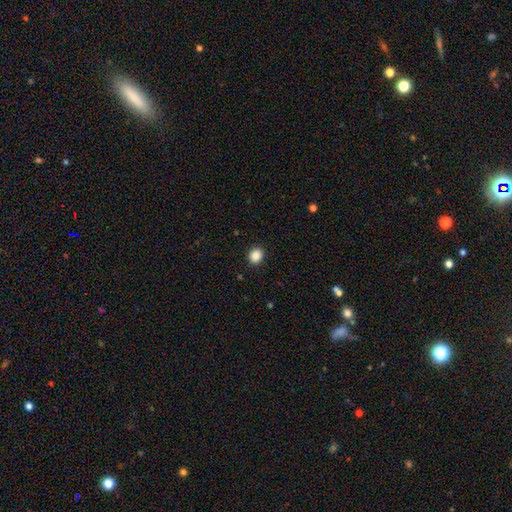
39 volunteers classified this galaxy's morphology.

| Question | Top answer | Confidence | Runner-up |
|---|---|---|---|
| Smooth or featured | smooth | 90% | star or artifact (8%) |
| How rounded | round | 86% | in between (14%) |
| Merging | none | 94% | minor disturbance (3%) |